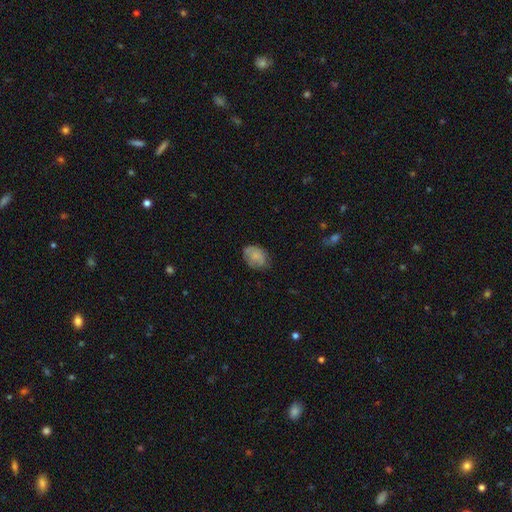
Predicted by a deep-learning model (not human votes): Smooth or featured? smooth (75%)
How rounded? in between (70%)
Merging? none (65%)